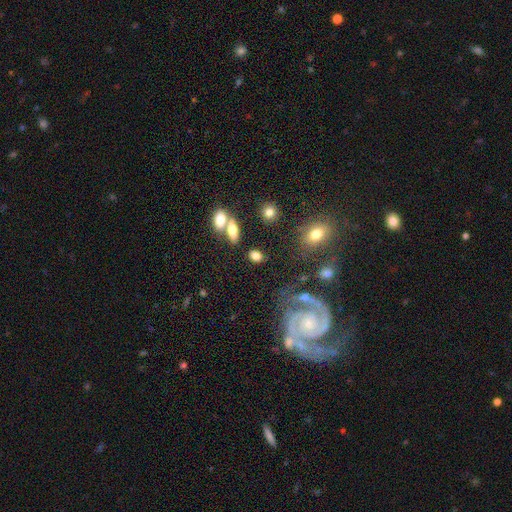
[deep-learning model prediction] smooth_or_featured: smooth (p=0.75) [alt: featured or disk p=0.14]
how_rounded: in between (p=0.78) [alt: round p=0.15]
merging: none (p=0.66) [alt: merger p=0.16]